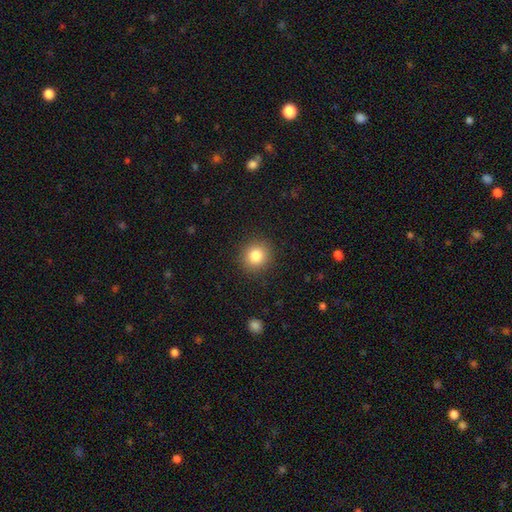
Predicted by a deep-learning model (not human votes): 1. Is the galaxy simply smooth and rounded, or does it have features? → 83% smooth, 11% star or artifact, 7% featured or disk.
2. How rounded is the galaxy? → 88% round, 11% in between, 1% cigar-shaped.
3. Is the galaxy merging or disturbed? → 91% none, 6% minor disturbance, 2% major disturbance, 1% merger.